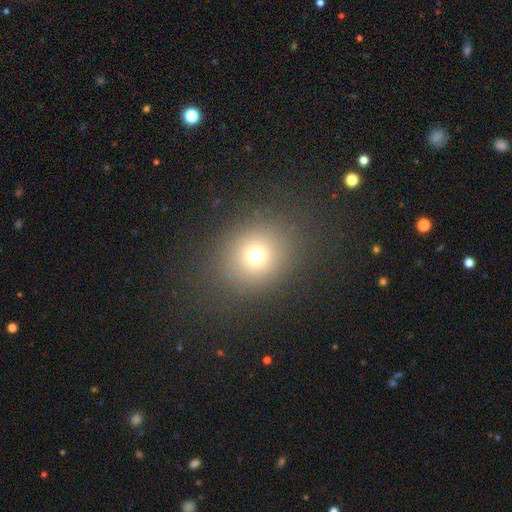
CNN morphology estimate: This is likely a smooth galaxy (69%). How rounded: clearly round (83%). Merging: clearly none (84%).